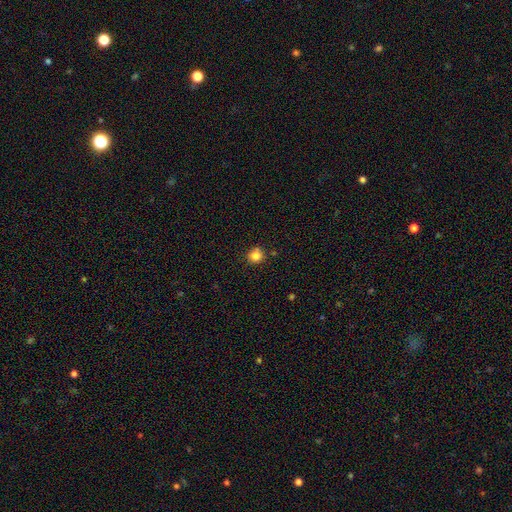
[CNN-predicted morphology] A smooth galaxy with no disk features (83%) that is round (89%). Merging: none (79%).